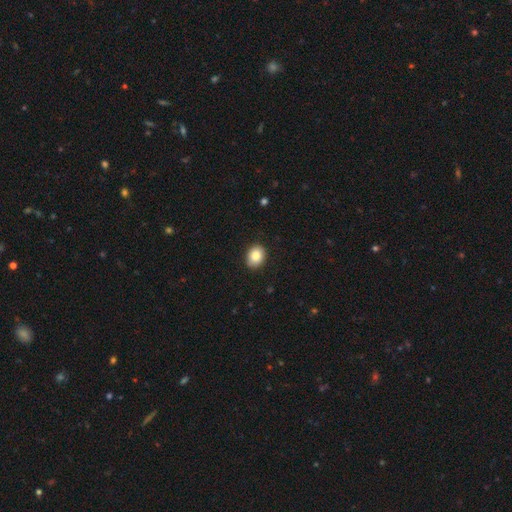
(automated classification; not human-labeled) A smooth galaxy with no disk features (86%) that is in between round and cigar-shaped (55%).

Vote fractions:
- Smooth or featured? smooth: 86% / star or artifact: 8% / featured or disk: 6%
- How rounded? in between: 55% / round: 44% / cigar-shaped: 1%
- Merging? none: 89% / minor disturbance: 8% / major disturbance: 2% / merger: 1%